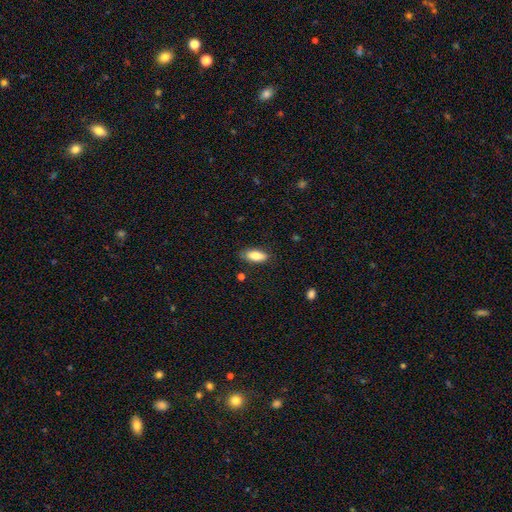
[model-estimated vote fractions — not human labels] A smooth galaxy with no disk features (80%) that is in between round and cigar-shaped (81%). Merging: none (83%).